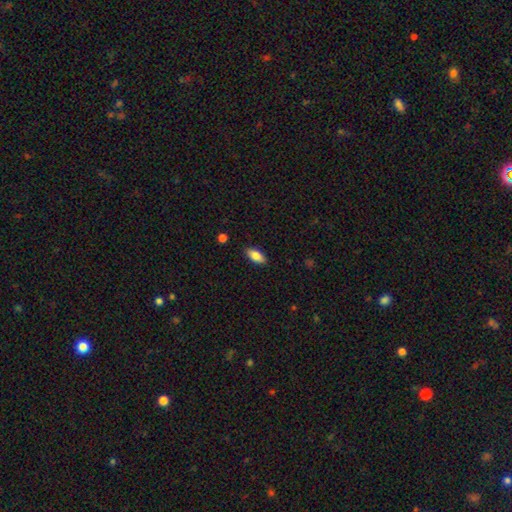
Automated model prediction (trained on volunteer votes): Smooth or featured?
  - smooth: 83% *
  - featured or disk: 10%
  - star or artifact: 7%
How rounded?
  - in between: 88% *
  - cigar-shaped: 9%
  - round: 3%
Merging?
  - none: 88% *
  - minor disturbance: 9%
  - major disturbance: 2%
  - merger: 1%